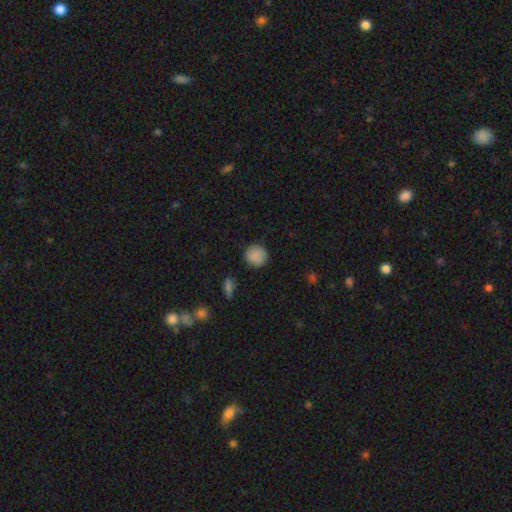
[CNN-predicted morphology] The model was most divided on "merging": none: 87%, minor disturbance: 10%, major disturbance: 2%, merger: 1%. More confident: how rounded — round (92%); smooth or featured — smooth (87%).